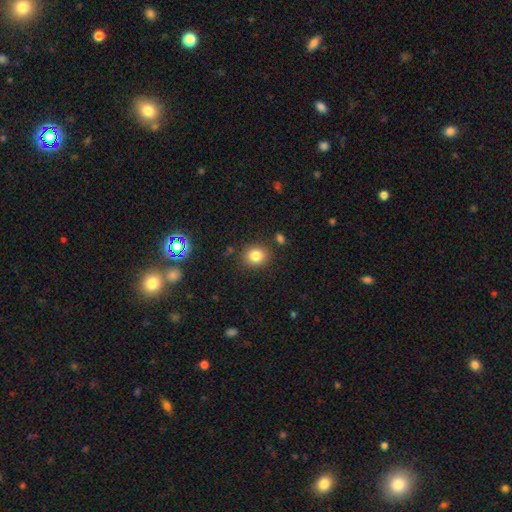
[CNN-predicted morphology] Smooth or featured? Predicted: smooth (p=0.81). How rounded? Predicted: round (p=0.76). Merging? Predicted: none (p=0.85).